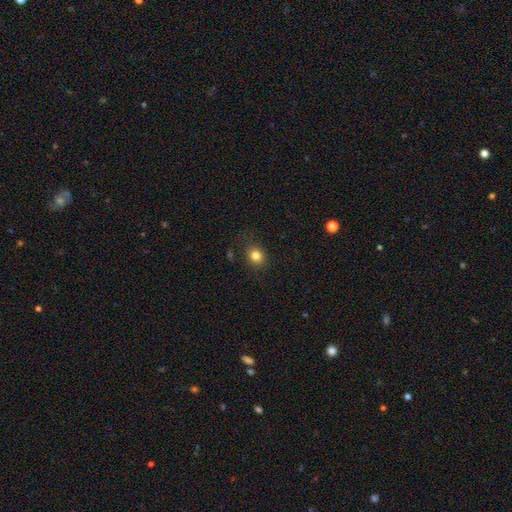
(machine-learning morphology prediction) Smooth or featured? smooth (81%)
How rounded? round (72%)
Merging? none (84%)